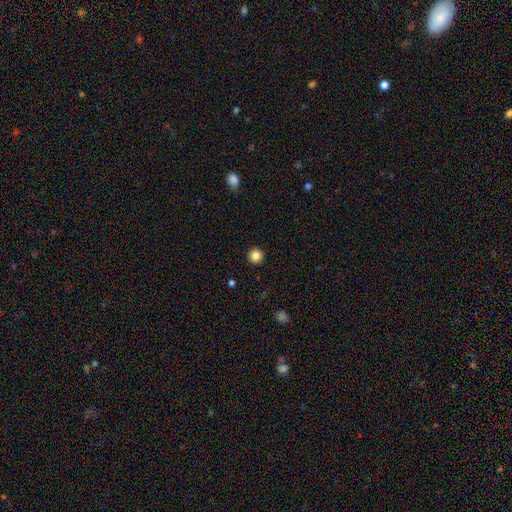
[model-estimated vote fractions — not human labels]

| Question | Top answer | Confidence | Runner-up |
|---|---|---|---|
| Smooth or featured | smooth | 84% | star or artifact (11%) |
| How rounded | round | 96% | in between (3%) |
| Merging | none | 94% | minor disturbance (4%) |